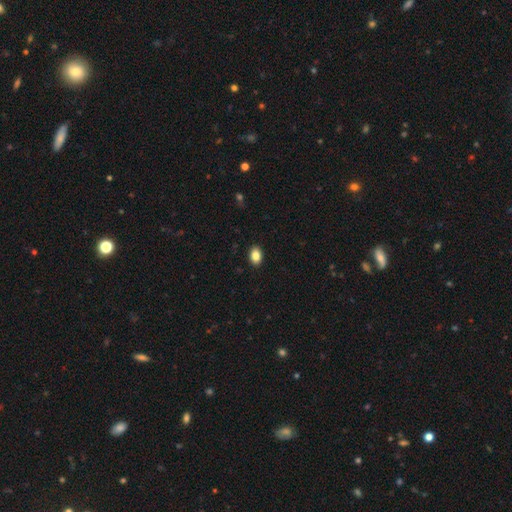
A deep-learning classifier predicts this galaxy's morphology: Smooth or featured? Predicted: smooth (p=0.85). How rounded? Predicted: in between (p=0.84). Merging? Predicted: none (p=0.91).